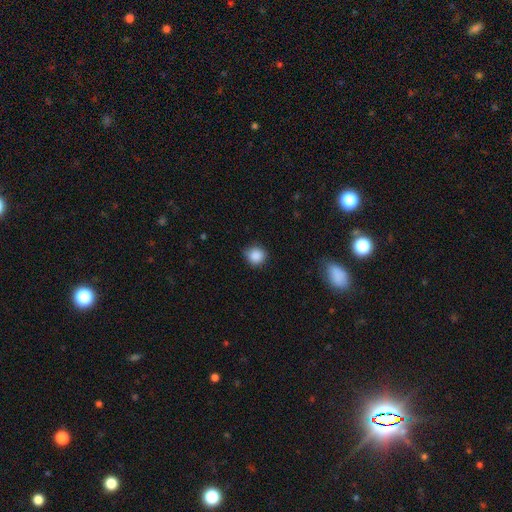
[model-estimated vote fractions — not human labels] smooth 88%, star or artifact 9%, featured or disk 3%. Down the decision tree: how rounded — round (88%); merging — none (77%).